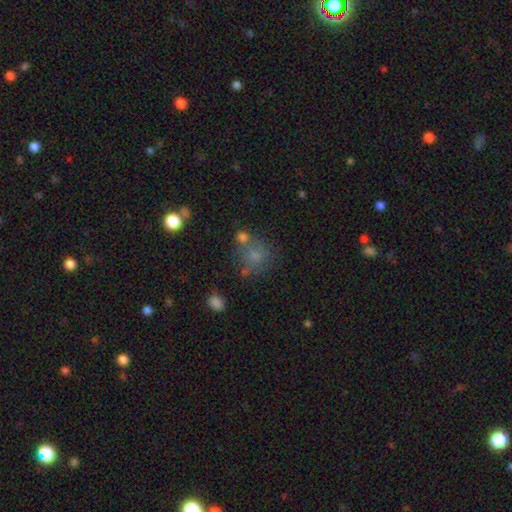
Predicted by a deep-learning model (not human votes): Q: Smooth or featured?
A: smooth (66%); runner-up: featured or disk (17%)
Q: How rounded?
A: round (72%); runner-up: in between (27%)
Q: Merging?
A: none (43%); runner-up: merger (28%)